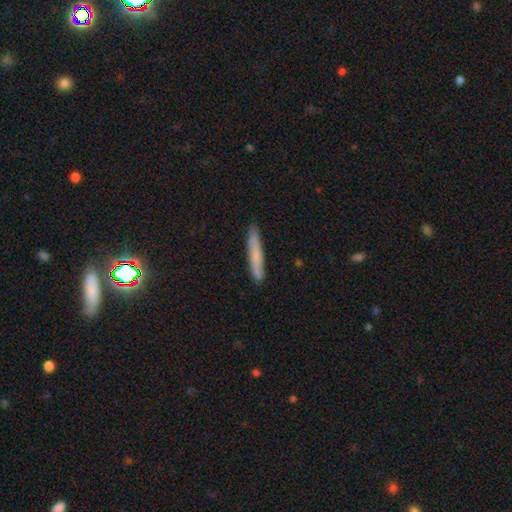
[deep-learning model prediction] smooth_or_featured: smooth (p=0.66) [alt: featured or disk p=0.27]
how_rounded: cigar-shaped (p=0.94) [alt: in between p=0.04]
merging: none (p=0.86) [alt: minor disturbance p=0.11]